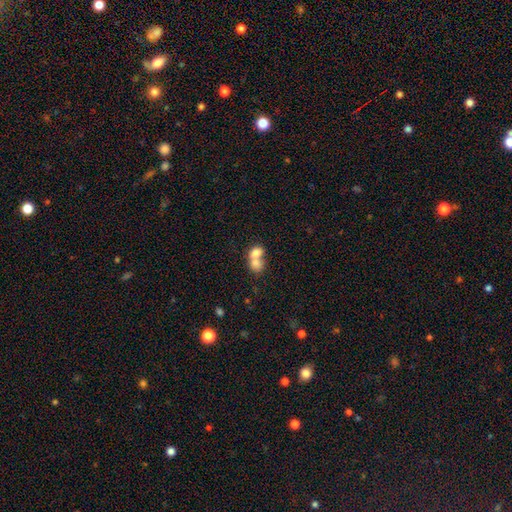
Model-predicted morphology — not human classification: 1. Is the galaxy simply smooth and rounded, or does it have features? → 74% smooth, 17% featured or disk, 9% star or artifact.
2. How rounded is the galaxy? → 51% round, 48% in between, 1% cigar-shaped.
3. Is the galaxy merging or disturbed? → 74% merger, 18% none, 5% minor disturbance, 3% major disturbance.